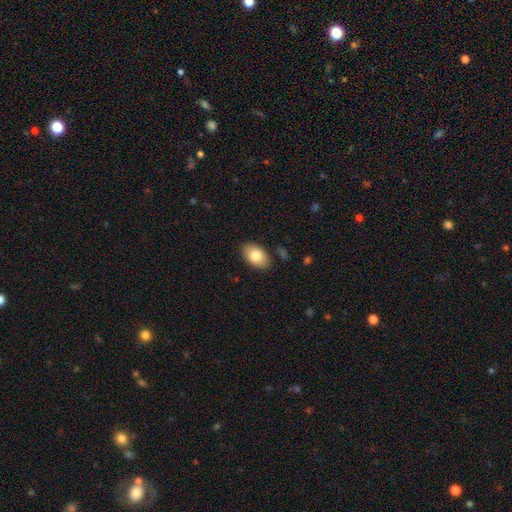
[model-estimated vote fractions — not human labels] Morphology: type=smooth (81%); roundness=in between (91%); merging=none (86%).